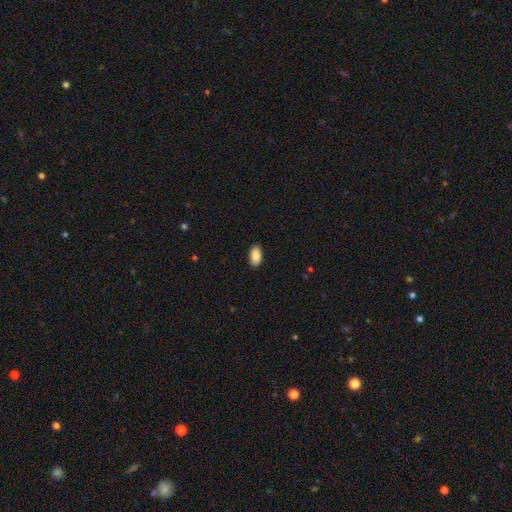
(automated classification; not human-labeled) Q: Smooth or featured?
A: smooth (88%); runner-up: star or artifact (7%)
Q: How rounded?
A: in between (94%); runner-up: round (4%)
Q: Merging?
A: none (89%); runner-up: minor disturbance (8%)